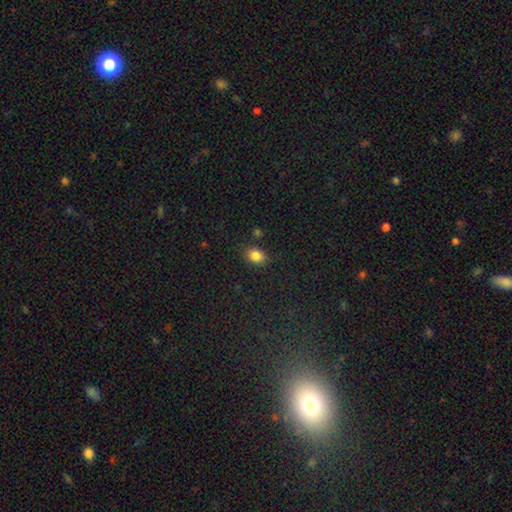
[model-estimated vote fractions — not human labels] A smooth galaxy with no disk features (85%) that is in between round and cigar-shaped (68%).

Vote fractions:
- Smooth or featured? smooth: 85% / star or artifact: 10% / featured or disk: 5%
- How rounded? in between: 68% / round: 31% / cigar-shaped: 1%
- Merging? none: 82% / minor disturbance: 12% / major disturbance: 3% / merger: 3%